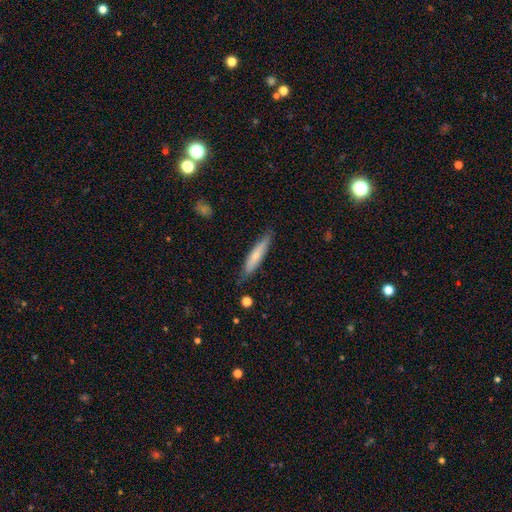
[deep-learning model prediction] This appears to be a smooth galaxy with no disk features (62%) that is cigar-shaped (86%). Merging: none (81%).